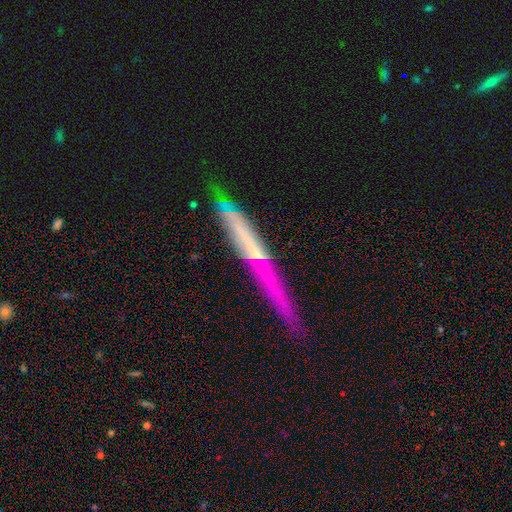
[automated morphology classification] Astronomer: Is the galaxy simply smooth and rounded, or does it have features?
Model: featured or disk — 57%.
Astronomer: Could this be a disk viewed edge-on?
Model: yes — 92%.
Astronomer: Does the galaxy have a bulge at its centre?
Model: none — 65%.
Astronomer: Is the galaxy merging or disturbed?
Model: none — 79%.